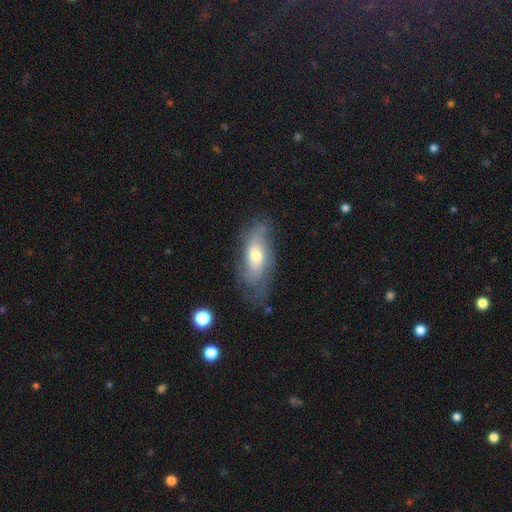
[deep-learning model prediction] Smooth or featured?
  - featured or disk: 56% *
  - smooth: 37%
  - star or artifact: 8%
Edge-on disk?
  - no: 81% *
  - yes: 19%
Merging?
  - none: 62% *
  - minor disturbance: 25%
  - major disturbance: 11%
  - merger: 2%